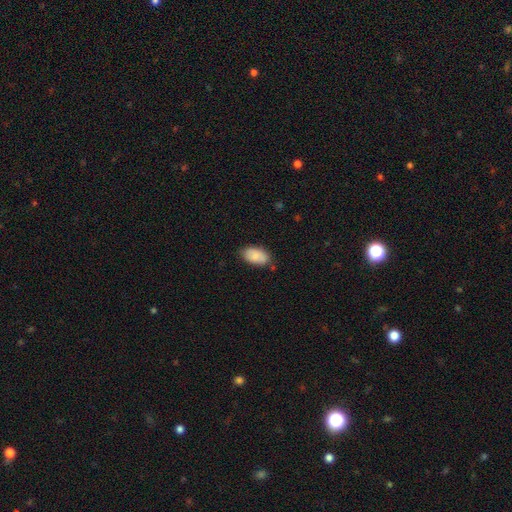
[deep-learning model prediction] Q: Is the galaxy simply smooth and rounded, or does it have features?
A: smooth — 83%.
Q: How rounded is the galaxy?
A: in between — 94%.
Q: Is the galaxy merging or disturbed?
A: none — 74%.